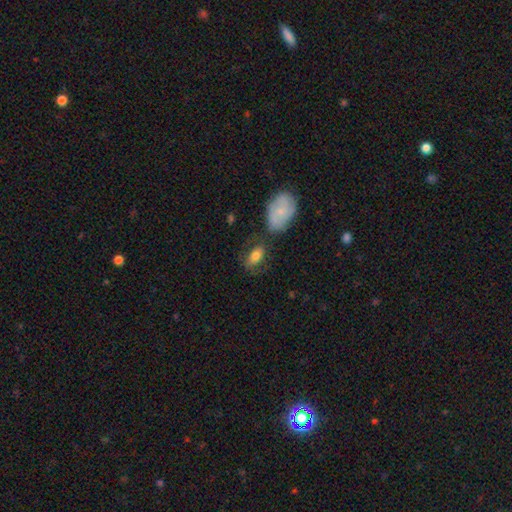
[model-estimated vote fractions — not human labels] smooth 71%, featured or disk 22%, star or artifact 7%. Down the decision tree: how rounded — in between (88%); merging — none (58%).